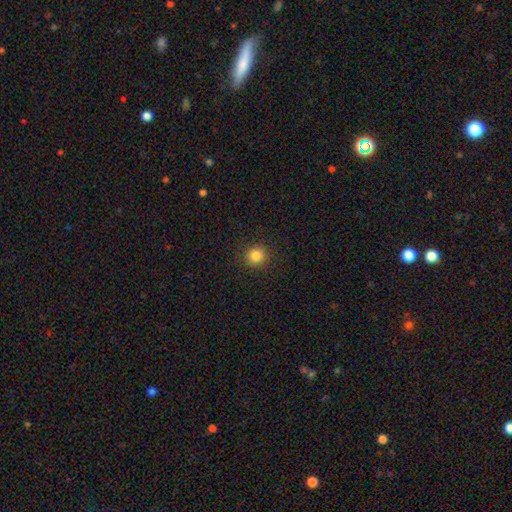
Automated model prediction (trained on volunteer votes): This is clearly a smooth galaxy (84%). How rounded: clearly round (92%). Merging: clearly none (91%).